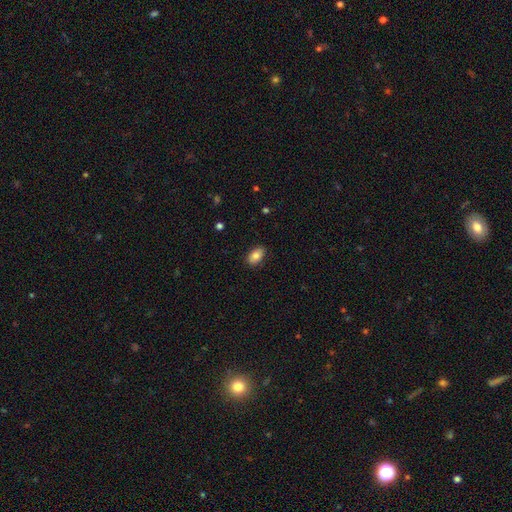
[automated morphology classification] smooth-or-featured: smooth: 82% | featured or disk: 10% | star or artifact: 8%
  how-rounded: in between: 89% | round: 9% | cigar-shaped: 1%
  merging: none: 86% | minor disturbance: 11% | major disturbance: 2% | merger: 1%